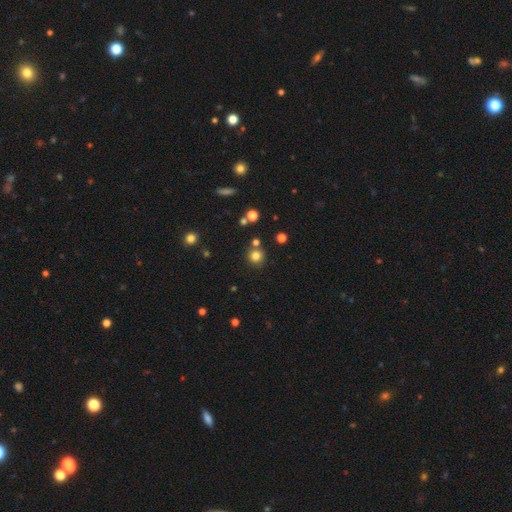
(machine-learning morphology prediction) smooth_or_featured: smooth (p=0.79) [alt: star or artifact p=0.15]
how_rounded: round (p=0.93) [alt: in between p=0.06]
merging: none (p=0.80) [alt: merger p=0.09]